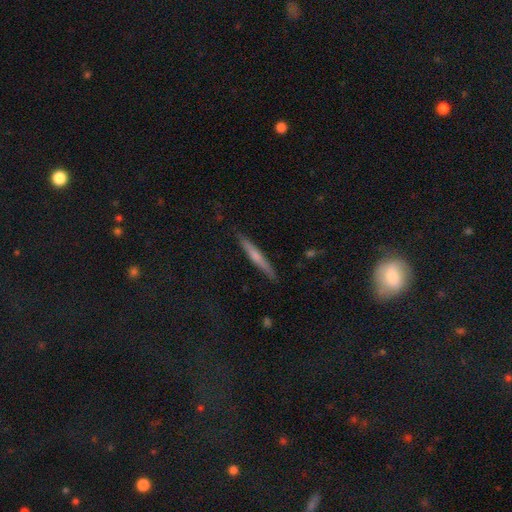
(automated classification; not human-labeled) smooth_or_featured: smooth (p=0.47) [tied with: featured or disk p=0.47]
merging: none (p=0.89) [alt: minor disturbance p=0.09]